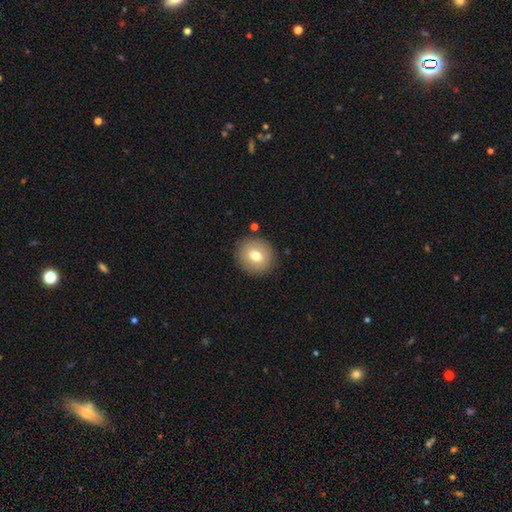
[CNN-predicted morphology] smooth 74%, featured or disk 17%, star or artifact 9%. Down the decision tree: how rounded — round (84%); merging — none (88%).